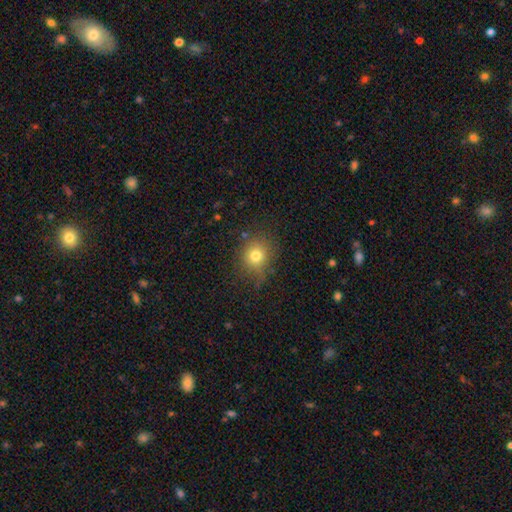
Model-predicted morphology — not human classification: smooth 75%, star or artifact 15%, featured or disk 10%. Down the decision tree: how rounded — round (79%); merging — none (75%).